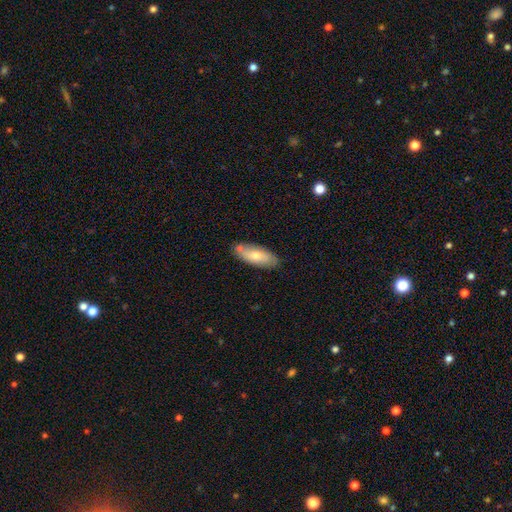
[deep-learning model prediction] The model was most divided on "smooth or featured": smooth: 69%, featured or disk: 25%, star or artifact: 6%. More confident: how rounded — in between (77%); merging — none (73%).